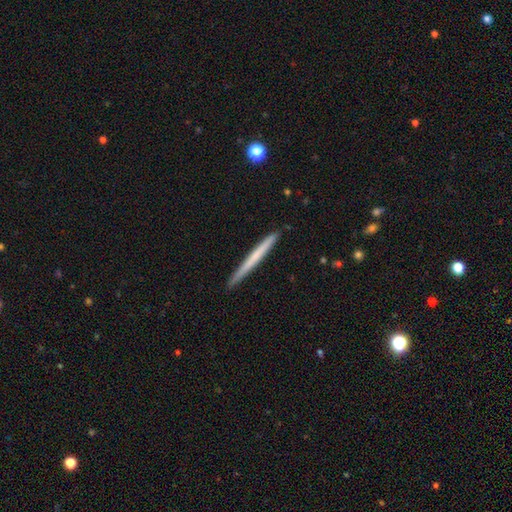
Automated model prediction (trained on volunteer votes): smooth_or_featured: smooth (p=0.52) [alt: featured or disk p=0.43]
how_rounded: cigar-shaped (p=0.97) [alt: in between p=0.01]
merging: none (p=0.90) [alt: minor disturbance p=0.07]